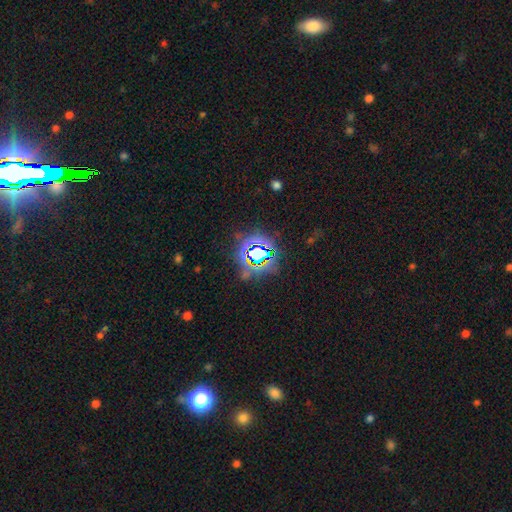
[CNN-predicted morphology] star or artifact 71%, smooth 18%, featured or disk 11%.